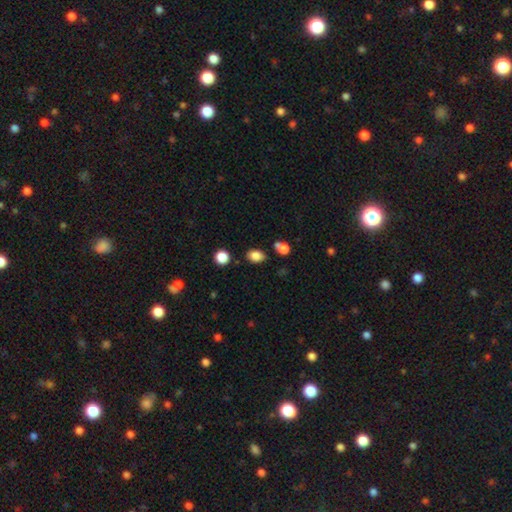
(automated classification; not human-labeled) Q: Smooth or featured?
A: smooth (84%); runner-up: star or artifact (10%)
Q: How rounded?
A: in between (74%); runner-up: round (25%)
Q: Merging?
A: none (78%); runner-up: minor disturbance (11%)